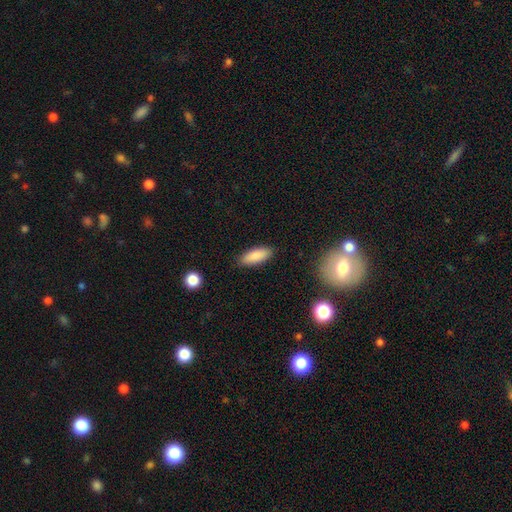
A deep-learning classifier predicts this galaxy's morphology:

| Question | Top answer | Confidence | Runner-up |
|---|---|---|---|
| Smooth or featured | smooth | 86% | star or artifact (7%) |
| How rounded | in between | 71% | cigar-shaped (27%) |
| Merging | none | 87% | minor disturbance (9%) |